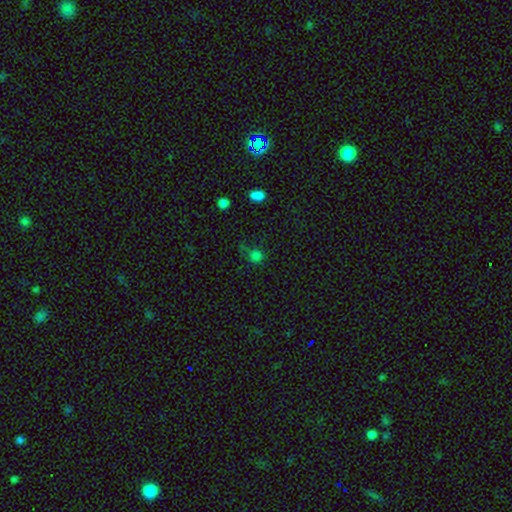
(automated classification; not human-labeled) Morphology: type=smooth (70%); roundness=round (86%); merging=none (66%).